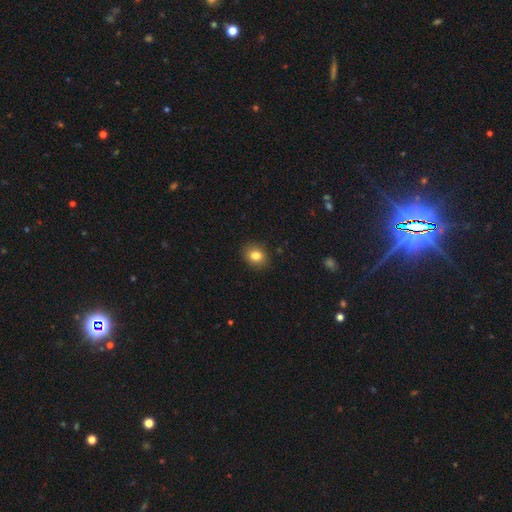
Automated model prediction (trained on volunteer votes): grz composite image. It shows a smooth galaxy with no disk features (83%) that is in between round and cigar-shaped (50%). Merging: none (88%).